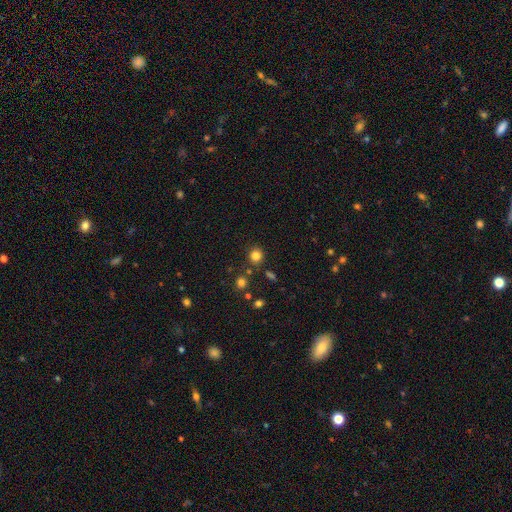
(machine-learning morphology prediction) Q: Smooth or featured?
A: smooth (81%); runner-up: star or artifact (14%)
Q: How rounded?
A: round (87%); runner-up: in between (12%)
Q: Merging?
A: none (82%); runner-up: minor disturbance (9%)